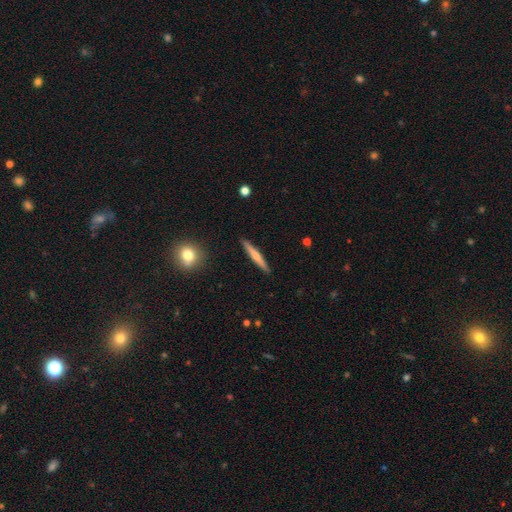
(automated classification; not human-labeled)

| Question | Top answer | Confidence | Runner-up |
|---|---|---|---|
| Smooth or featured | smooth | 53% | featured or disk (41%) |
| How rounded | cigar-shaped | 94% | in between (4%) |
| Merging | none | 91% | minor disturbance (6%) |